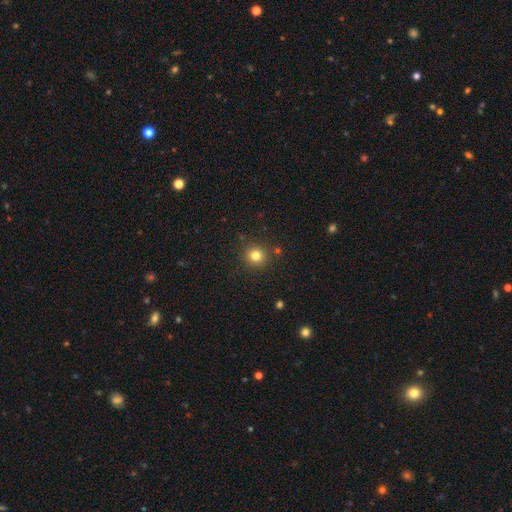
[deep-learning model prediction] Smooth or featured: smooth — 81% (star or artifact — 13%)
How rounded: round — 92% (in between — 7%)
Merging: none — 88% (minor disturbance — 7%)